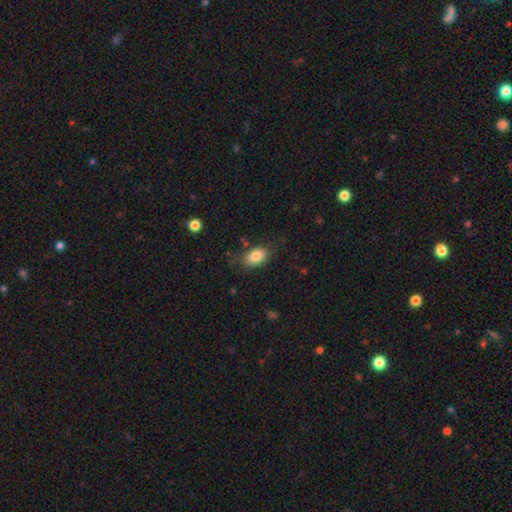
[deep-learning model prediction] Overall: smooth (83%). How rounded: in between (87%). Merging: none (74%).